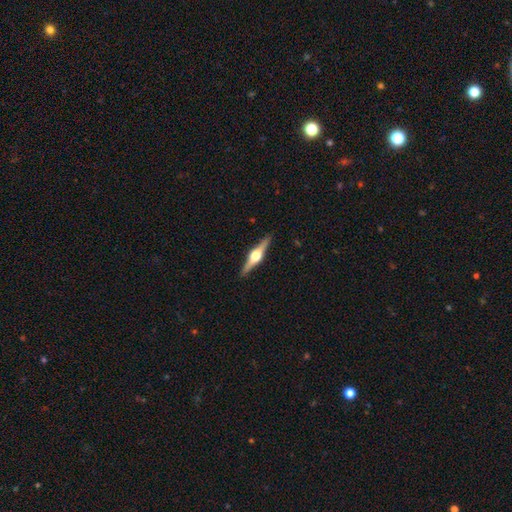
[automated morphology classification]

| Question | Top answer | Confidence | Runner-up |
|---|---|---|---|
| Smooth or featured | featured or disk | 80% | smooth (15%) |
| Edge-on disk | yes | 98% | no (2%) |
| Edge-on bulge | rounded | 96% | boxy (3%) |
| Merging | none | 92% | minor disturbance (6%) |